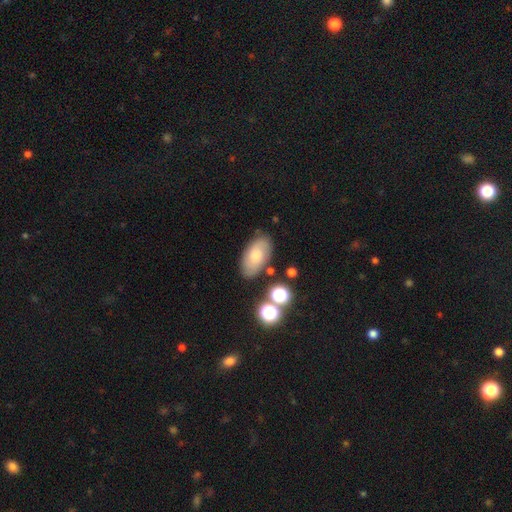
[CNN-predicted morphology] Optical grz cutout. It shows a smooth galaxy with no disk features (68%) that is in between round and cigar-shaped (93%). Merging: none (77%).